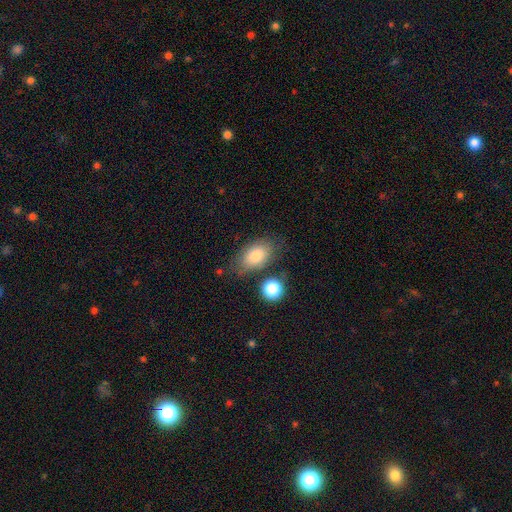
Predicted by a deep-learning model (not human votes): This is clearly a smooth galaxy (82%). How rounded: clearly in between (89%). Merging: likely none (66%).